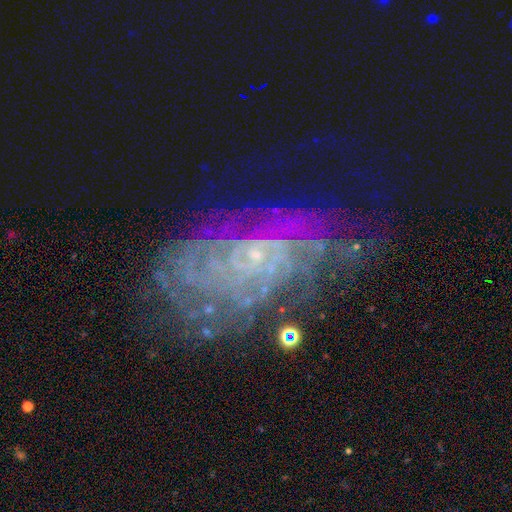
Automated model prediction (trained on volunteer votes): smooth_or_featured: featured or disk (p=0.66) [alt: star or artifact p=0.23]
disk_edge_on: no (p=0.95) [alt: yes p=0.05]
bar: no (p=0.66) [alt: weak p=0.25]
has_spiral_arms: yes (p=0.91) [alt: no p=0.09]
spiral_winding: tight (p=0.72) [alt: medium p=0.21]
spiral_arm_count: can't tell (p=0.43) [alt: 2 p=0.14]
bulge_size: small (p=0.79) [alt: moderate p=0.10]
merging: none (p=0.68) [alt: minor disturbance p=0.18]